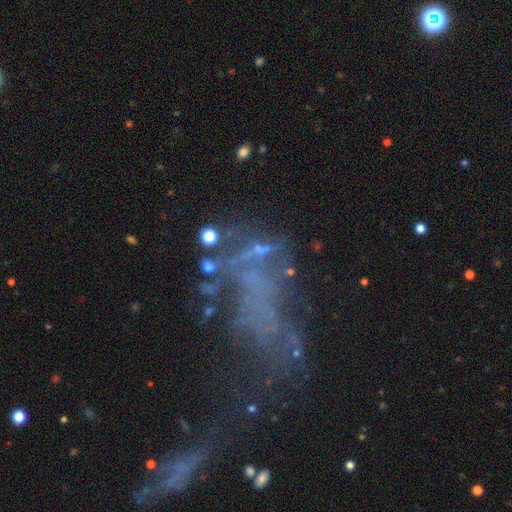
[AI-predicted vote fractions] This is possibly a featured or disk galaxy (51%). It is clearly not viewed edge-on (92%). Merging: marginally major disturbance (41%).